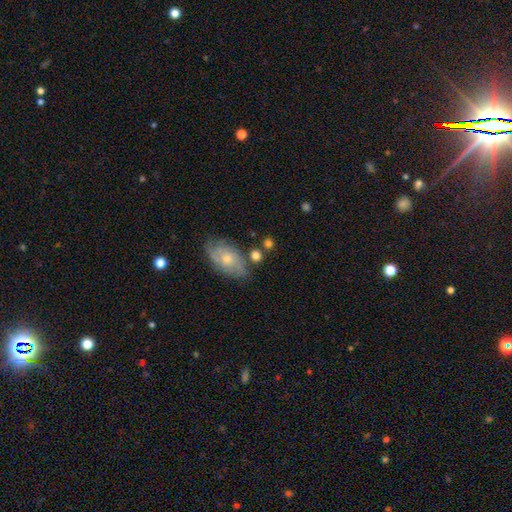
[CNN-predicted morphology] A smooth galaxy with no disk features (67%) that is round (63%). Merging: none (66%).